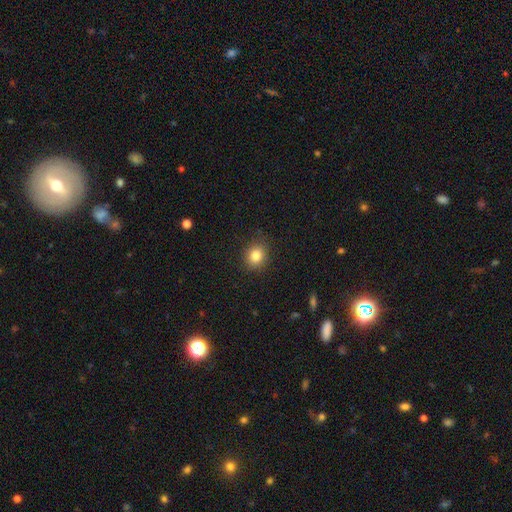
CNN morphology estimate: The model was most divided on "how rounded": round: 70%, in between: 29%, cigar-shaped: 1%. More confident: merging — none (87%); smooth or featured — smooth (83%).